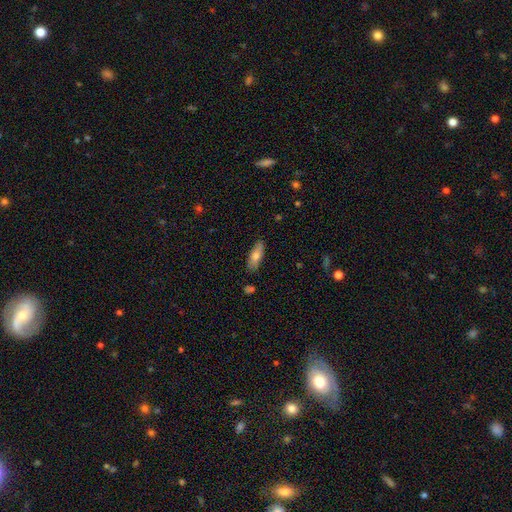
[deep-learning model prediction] This is likely a smooth galaxy (72%). How rounded: likely in between (61%). Merging: clearly none (84%).